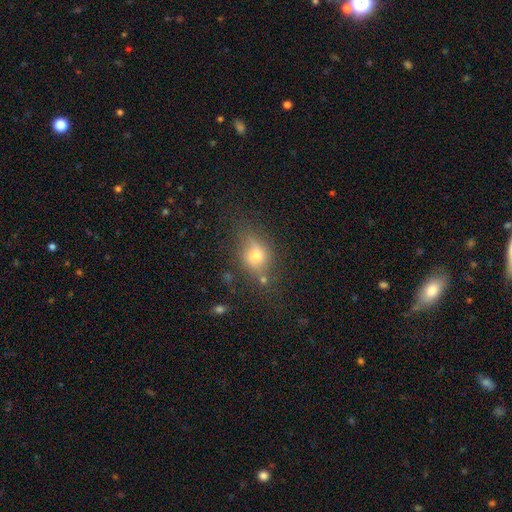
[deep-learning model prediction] Q: Smooth or featured?
A: smooth (60%); runner-up: featured or disk (25%)
Q: How rounded?
A: round (53%); runner-up: in between (44%)
Q: Merging?
A: none (62%); runner-up: minor disturbance (23%)